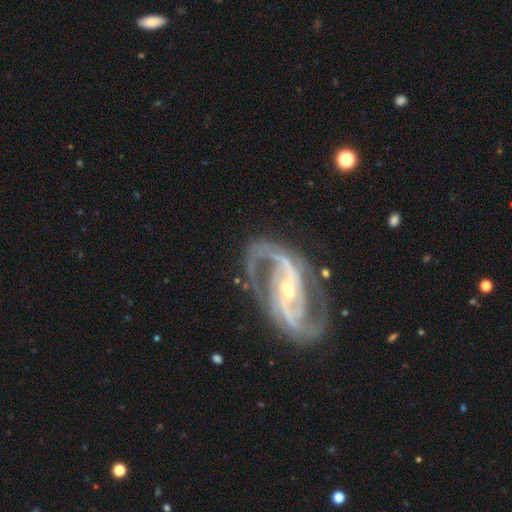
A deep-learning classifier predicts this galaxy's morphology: Overall: featured or disk (93%). Edge-on disk: no (97%). Bar: strong (47%; weak 29%). Spiral arms: yes (98%). Spiral arm count: 2 (87%). Spiral winding: medium (57%; loose 24%). Bulge size: small (61%; moderate 36%). Merging: none (74%).